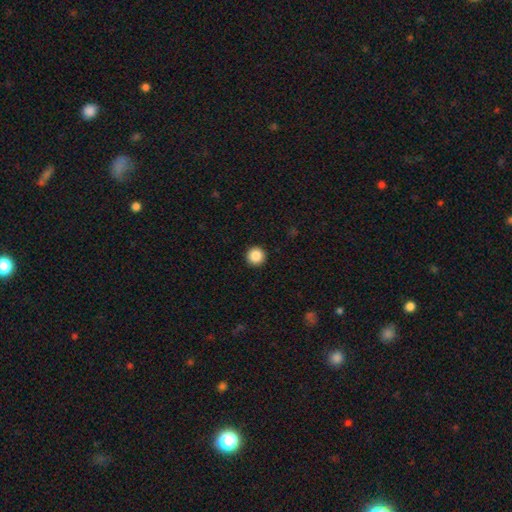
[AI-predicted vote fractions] smooth 88%, star or artifact 9%, featured or disk 3%. Down the decision tree: how rounded — round (97%); merging — none (94%).